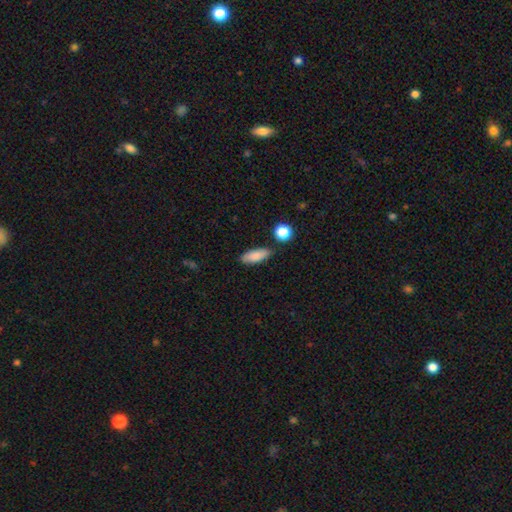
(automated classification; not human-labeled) Smooth or featured?
  - smooth: 85% *
  - featured or disk: 8%
  - star or artifact: 7%
How rounded?
  - in between: 72% *
  - cigar-shaped: 25%
  - round: 3%
Merging?
  - none: 81% *
  - minor disturbance: 13%
  - merger: 4%
  - major disturbance: 3%